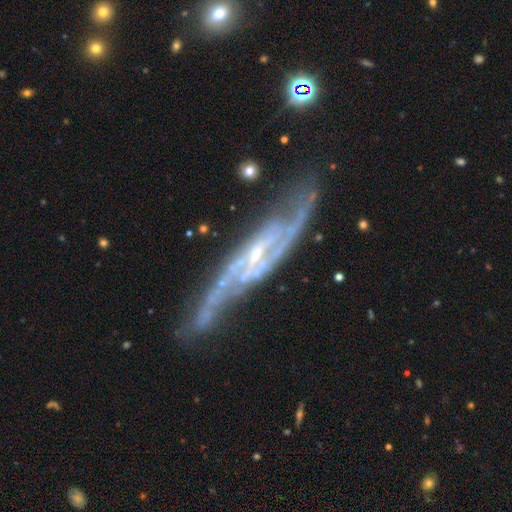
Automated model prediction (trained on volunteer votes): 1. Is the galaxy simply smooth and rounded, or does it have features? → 90% featured or disk, 5% star or artifact, 4% smooth.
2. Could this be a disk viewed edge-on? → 78% no, 22% yes.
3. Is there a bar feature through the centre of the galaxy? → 43% weak, 29% no, 28% strong.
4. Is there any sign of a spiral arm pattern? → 97% yes, 3% no.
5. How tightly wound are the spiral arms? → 51% medium, 28% tight, 21% loose.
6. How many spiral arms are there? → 76% 2, 9% can't tell, 7% 3, 3% 4, 3% 1, 3% more than 4.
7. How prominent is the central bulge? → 75% small, 19% moderate, 4% none, 1% large, 1% dominant.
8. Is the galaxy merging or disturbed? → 70% none, 19% minor disturbance, 8% major disturbance, 3% merger.